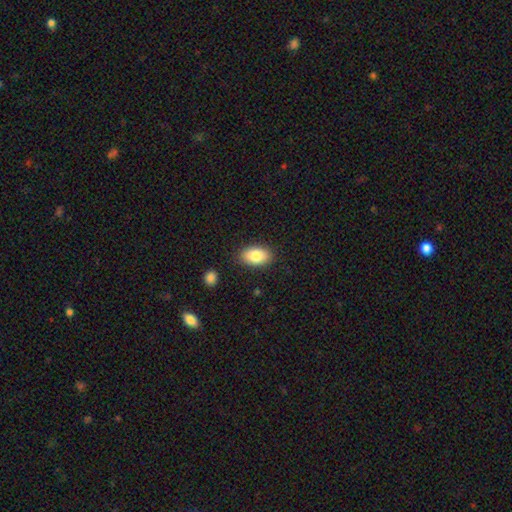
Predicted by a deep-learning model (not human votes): This appears to be a smooth galaxy with no disk features (84%) that is in between round and cigar-shaped (91%). Merging: none (86%).